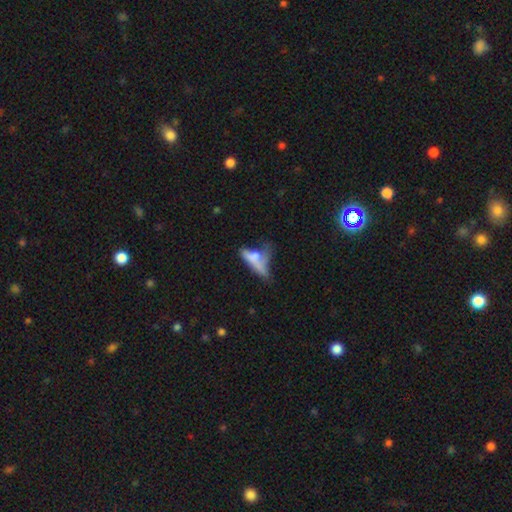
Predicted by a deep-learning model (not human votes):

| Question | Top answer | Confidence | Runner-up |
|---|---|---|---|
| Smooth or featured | smooth | 60% | featured or disk (30%) |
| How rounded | cigar-shaped | 53% | in between (41%) |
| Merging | merger | 39% | none (28%) |